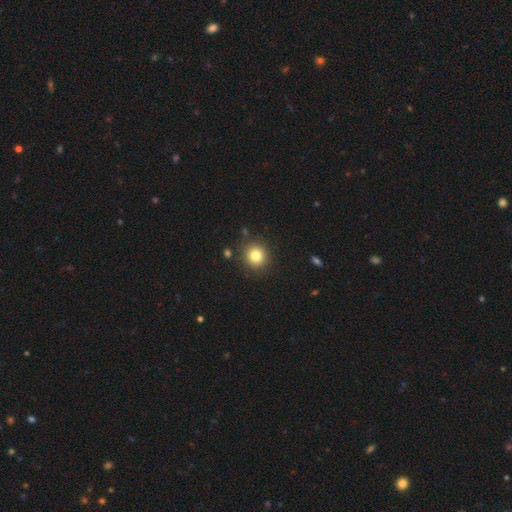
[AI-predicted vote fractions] smooth_or_featured: smooth (p=0.81) [alt: star or artifact p=0.12]
how_rounded: round (p=0.91) [alt: in between p=0.08]
merging: none (p=0.88) [alt: minor disturbance p=0.07]